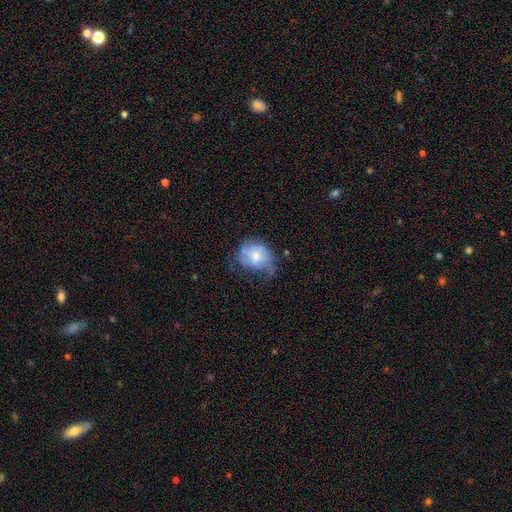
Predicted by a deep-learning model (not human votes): This appears to be a smooth galaxy with no disk features (53%) that is in between round and cigar-shaped (53%). Merging: none (36%).